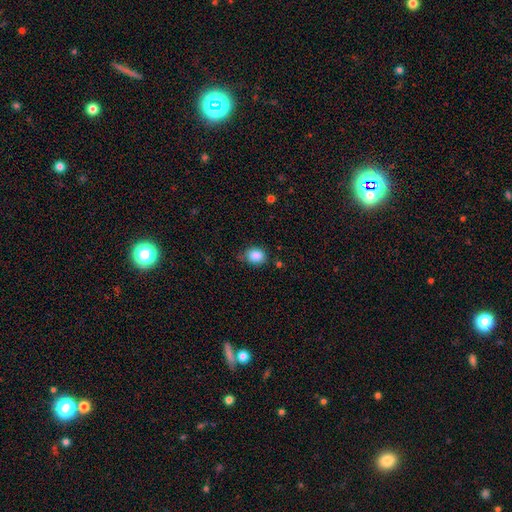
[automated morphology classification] Overall: smooth (86%). How rounded: round (59%; in between 40%). Merging: none (67%).